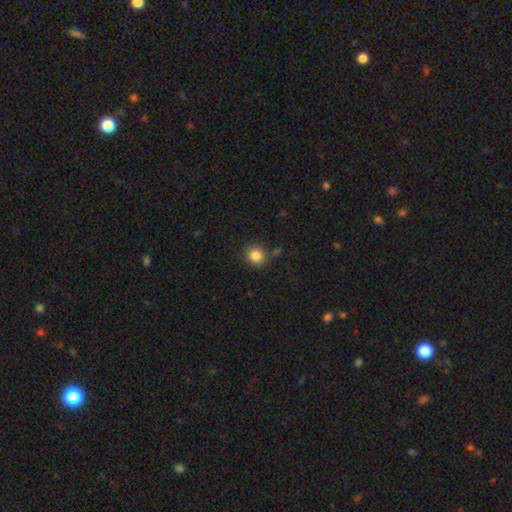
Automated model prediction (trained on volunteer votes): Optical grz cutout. It shows a smooth galaxy with no disk features (85%) that is round (84%). Merging: none (79%).